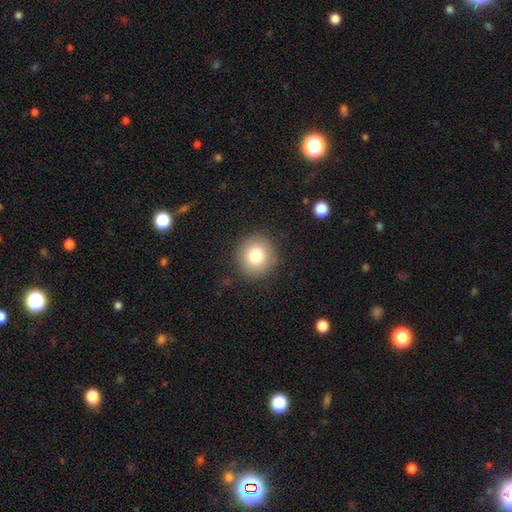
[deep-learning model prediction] Morphology: type=smooth (79%); roundness=round (93%); merging=none (90%).